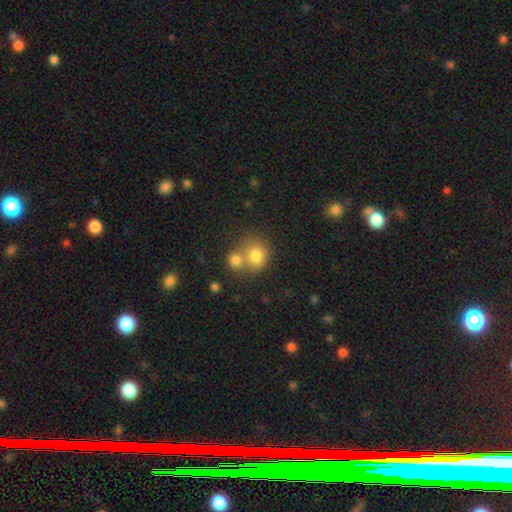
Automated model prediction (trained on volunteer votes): Smooth or featured?
  - smooth: 77% *
  - star or artifact: 12%
  - featured or disk: 11%
How rounded?
  - round: 80% *
  - in between: 19%
  - cigar-shaped: 1%
Merging?
  - merger: 46% *
  - none: 41%
  - minor disturbance: 9%
  - major disturbance: 4%